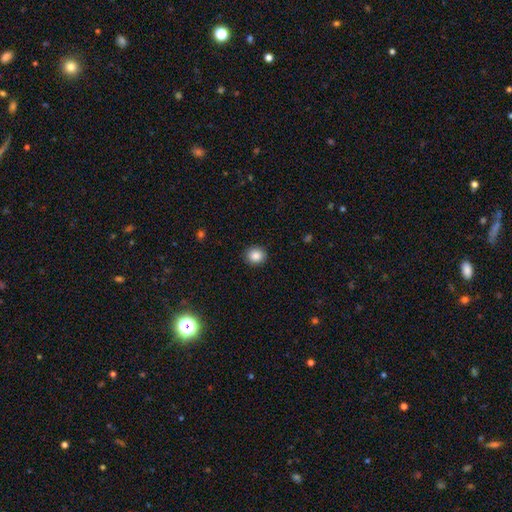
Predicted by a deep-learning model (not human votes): smooth-or-featured: smooth: 87% | star or artifact: 9% | featured or disk: 4%
  how-rounded: round: 83% | in between: 16% | cigar-shaped: 1%
  merging: none: 91% | minor disturbance: 6% | major disturbance: 2% | merger: 1%